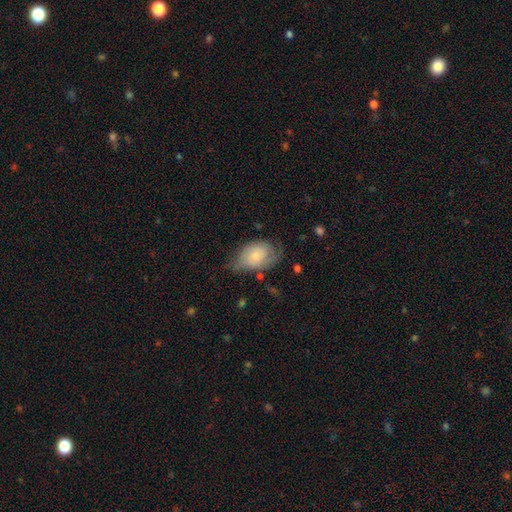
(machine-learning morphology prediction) A smooth galaxy with no disk features (51%) that is in between round and cigar-shaped (82%).

Vote fractions:
- Smooth or featured? smooth: 51% / featured or disk: 42% / star or artifact: 7%
- How rounded? in between: 82% / round: 16% / cigar-shaped: 2%
- Merging? none: 44% / minor disturbance: 36% / major disturbance: 17% / merger: 3%